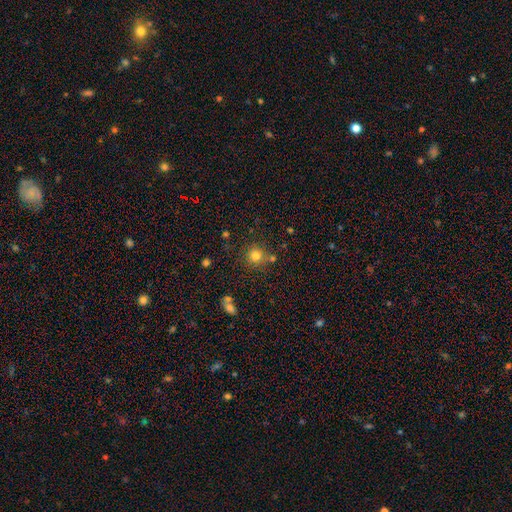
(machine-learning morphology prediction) A smooth galaxy with no disk features (79%) that is round (92%).

Vote fractions:
- Smooth or featured? smooth: 79% / star or artifact: 14% / featured or disk: 7%
- How rounded? round: 92% / in between: 7% / cigar-shaped: 1%
- Merging? none: 75% / merger: 11% / minor disturbance: 10% / major disturbance: 4%